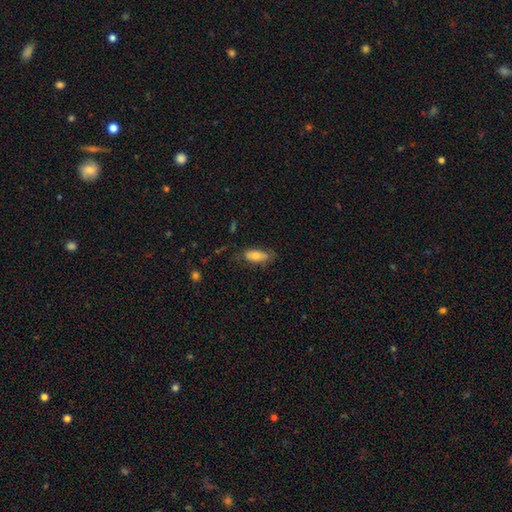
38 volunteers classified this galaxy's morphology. Smooth or featured? 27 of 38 (71%) said smooth. How rounded? 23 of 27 (85%) said in between. Merging? 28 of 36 (78%) said none.